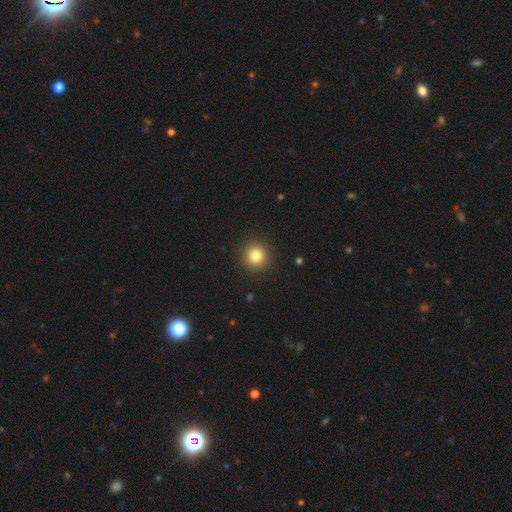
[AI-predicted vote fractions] Smooth or featured?
  - smooth: 82% *
  - star or artifact: 12%
  - featured or disk: 6%
How rounded?
  - round: 95% *
  - in between: 4%
  - cigar-shaped: 1%
Merging?
  - none: 92% *
  - minor disturbance: 5%
  - major disturbance: 2%
  - merger: 1%